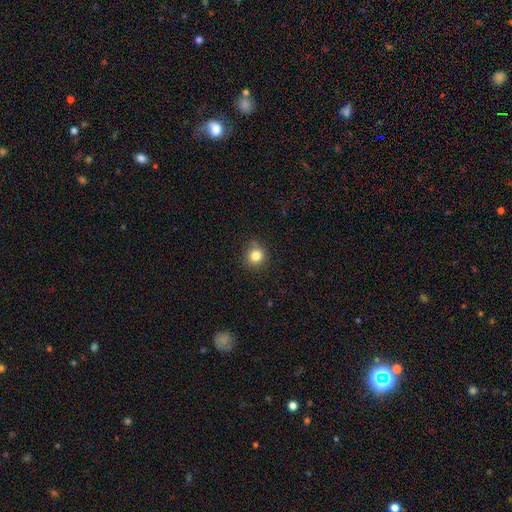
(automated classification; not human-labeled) Overall: smooth (82%). How rounded: round (90%). Merging: none (83%).